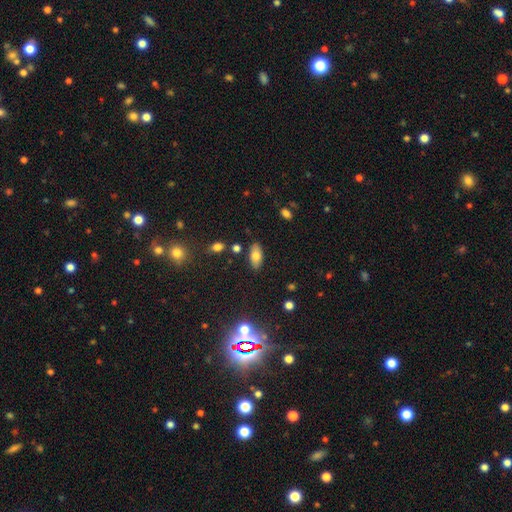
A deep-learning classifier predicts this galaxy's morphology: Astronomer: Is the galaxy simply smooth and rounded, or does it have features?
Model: smooth — 77%.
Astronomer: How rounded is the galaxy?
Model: in between — 89%.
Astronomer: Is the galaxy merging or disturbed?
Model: none — 85%.